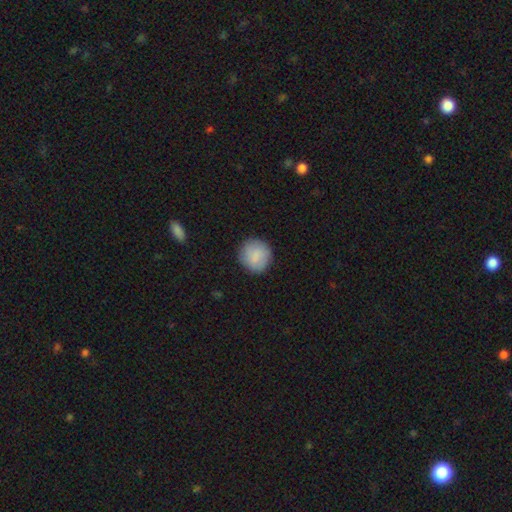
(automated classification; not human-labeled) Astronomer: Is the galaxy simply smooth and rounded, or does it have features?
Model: smooth — 86%.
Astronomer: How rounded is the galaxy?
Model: round — 92%.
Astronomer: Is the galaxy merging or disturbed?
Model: none — 87%.